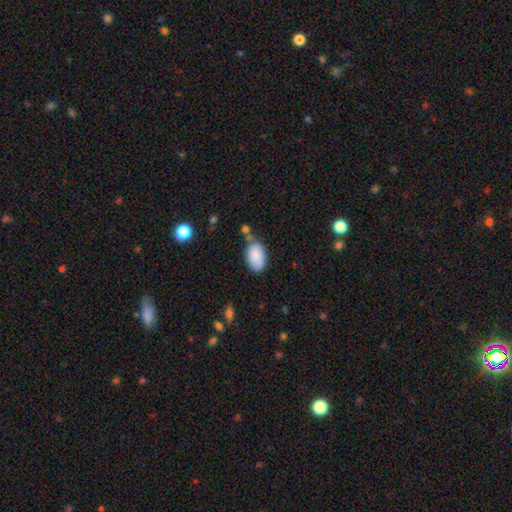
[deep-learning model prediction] This appears to be a smooth galaxy with no disk features (86%) that is in between round and cigar-shaped (93%). Merging: none (65%).